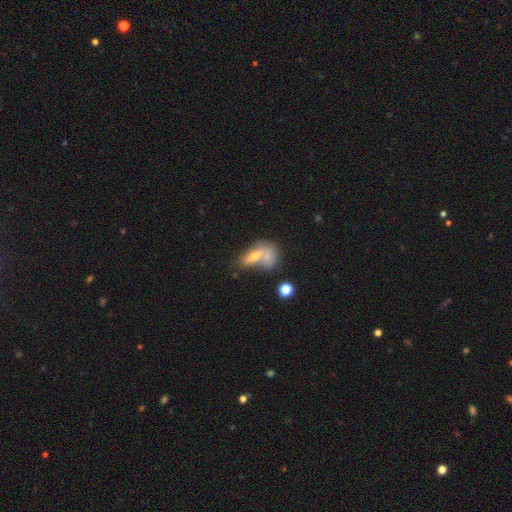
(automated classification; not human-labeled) Smooth or featured: smooth — 53% (featured or disk — 35%)
How rounded: in between — 63% (cigar-shaped — 21%)
Merging: merger — 46% (none — 29%)